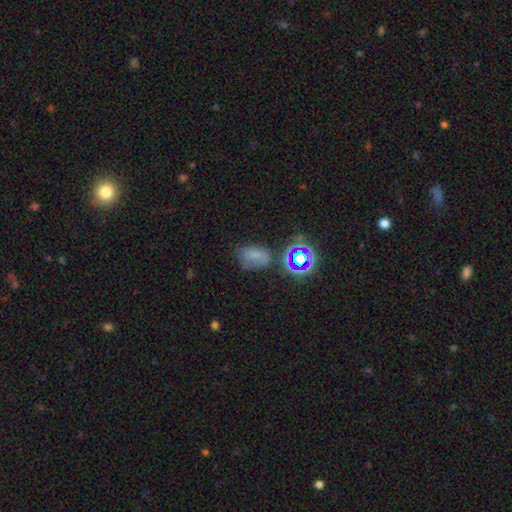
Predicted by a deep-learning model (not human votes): Q: Smooth or featured?
A: smooth (48%); runner-up: star or artifact (31%)
Q: Merging?
A: none (52%); runner-up: minor disturbance (26%)